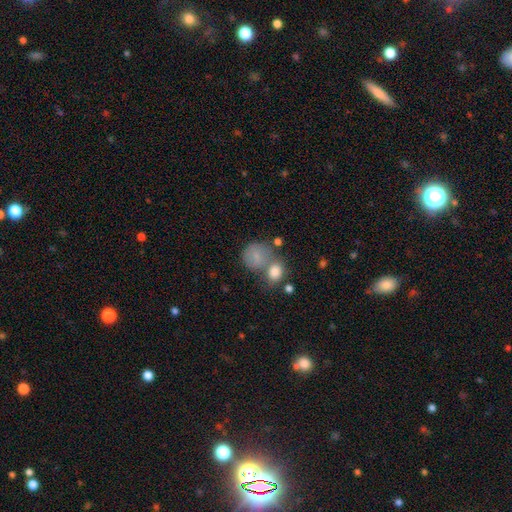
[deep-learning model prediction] This is likely a smooth galaxy (78%). How rounded: likely round (75%). Merging: marginally none (40%).